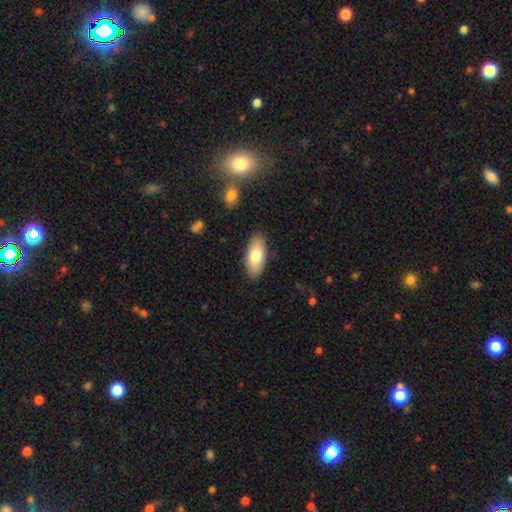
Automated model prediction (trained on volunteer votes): This is likely a smooth galaxy (78%). How rounded: clearly in between (88%). Merging: clearly none (87%).